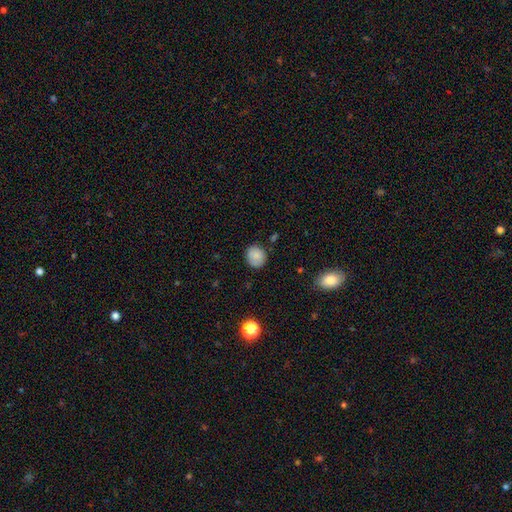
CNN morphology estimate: smooth-or-featured: smooth: 84% | star or artifact: 9% | featured or disk: 7%
  how-rounded: round: 81% | in between: 18% | cigar-shaped: 1%
  merging: none: 83% | minor disturbance: 13% | major disturbance: 3% | merger: 2%